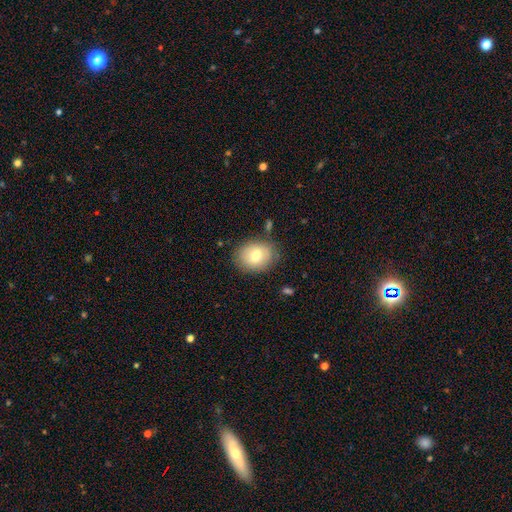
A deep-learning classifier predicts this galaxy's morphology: Smooth or featured?
  - smooth: 75% *
  - featured or disk: 17%
  - star or artifact: 8%
How rounded?
  - in between: 55% *
  - round: 44%
  - cigar-shaped: 1%
Merging?
  - none: 80% *
  - minor disturbance: 14%
  - major disturbance: 4%
  - merger: 2%